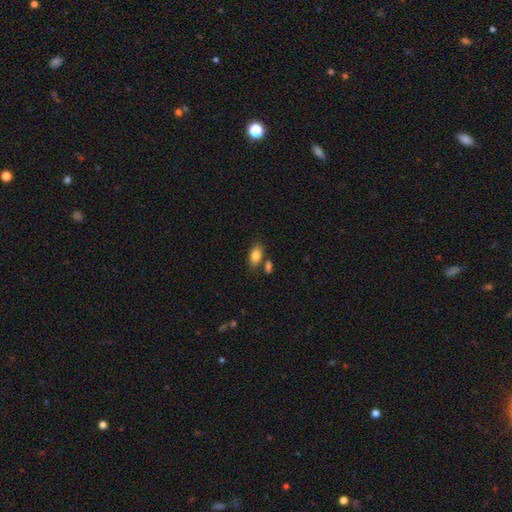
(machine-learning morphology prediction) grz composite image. It shows a smooth galaxy with no disk features (82%) that is in between round and cigar-shaped (89%). Merging: none (69%).